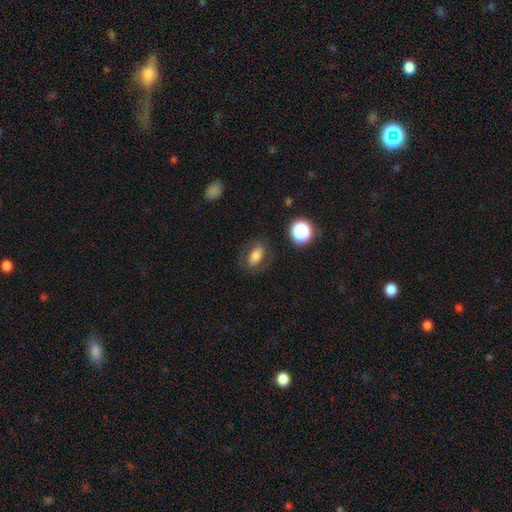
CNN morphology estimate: Smooth or featured: smooth — 66% (featured or disk — 22%)
How rounded: in between — 82% (round — 15%)
Merging: none — 74% (minor disturbance — 15%)